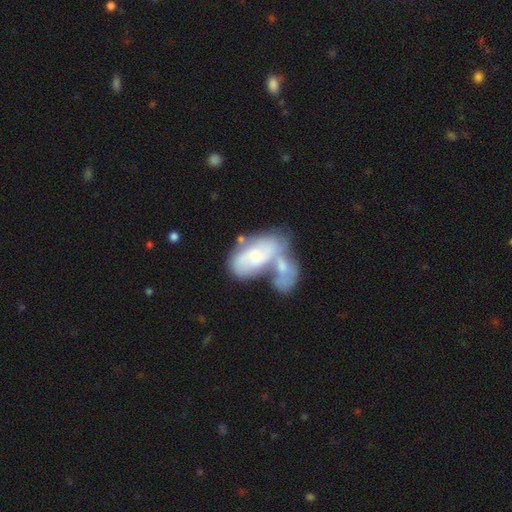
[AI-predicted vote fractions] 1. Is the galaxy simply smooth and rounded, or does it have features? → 55% featured or disk, 39% smooth, 7% star or artifact.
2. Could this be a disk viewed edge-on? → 94% no, 6% yes.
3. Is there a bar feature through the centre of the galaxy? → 69% no, 24% weak, 7% strong.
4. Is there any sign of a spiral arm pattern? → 58% yes, 42% no.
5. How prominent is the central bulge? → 58% small, 34% moderate, 4% none, 3% large, 1% dominant.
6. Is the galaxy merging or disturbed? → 68% merger, 15% none, 9% minor disturbance, 7% major disturbance.